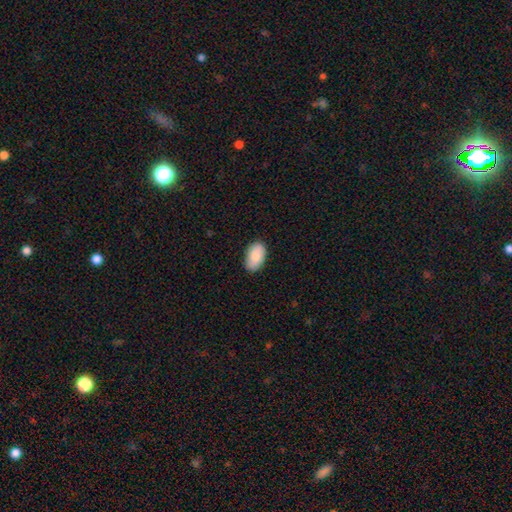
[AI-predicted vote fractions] A smooth galaxy with no disk features (86%) that is in between round and cigar-shaped (93%). Merging: none (84%).